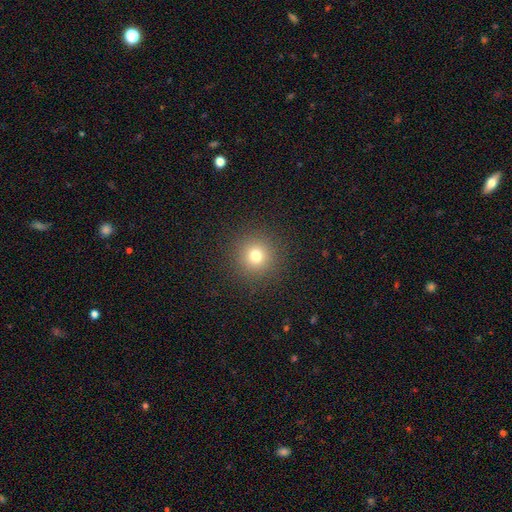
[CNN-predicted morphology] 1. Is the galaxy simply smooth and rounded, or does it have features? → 75% smooth, 16% star or artifact, 8% featured or disk.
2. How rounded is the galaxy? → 94% round, 5% in between, 1% cigar-shaped.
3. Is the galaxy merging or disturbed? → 91% none, 6% minor disturbance, 3% major disturbance, 1% merger.